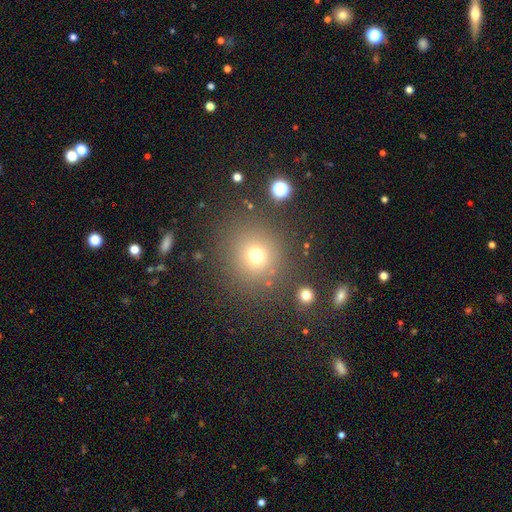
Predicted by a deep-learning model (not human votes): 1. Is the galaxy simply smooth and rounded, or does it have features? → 70% smooth, 21% star or artifact, 9% featured or disk.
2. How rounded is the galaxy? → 90% round, 9% in between, 1% cigar-shaped.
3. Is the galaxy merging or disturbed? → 83% none, 9% minor disturbance, 5% major disturbance, 4% merger.